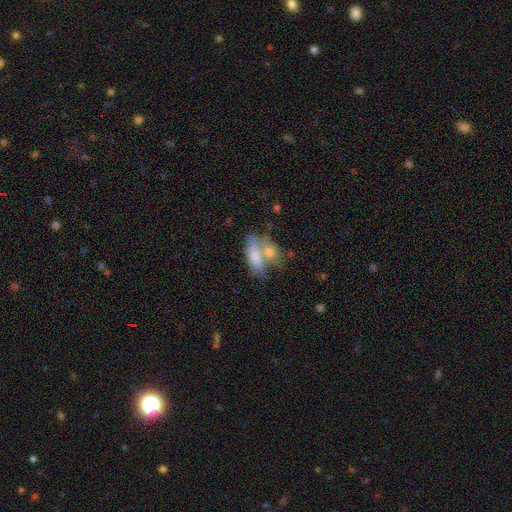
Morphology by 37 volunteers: smooth_or_featured: smooth (p=0.84) [alt: featured or disk p=0.16]
how_rounded: in between (p=0.74) [alt: cigar-shaped p=0.26]
merging: merger (p=0.59) [alt: none p=0.19]